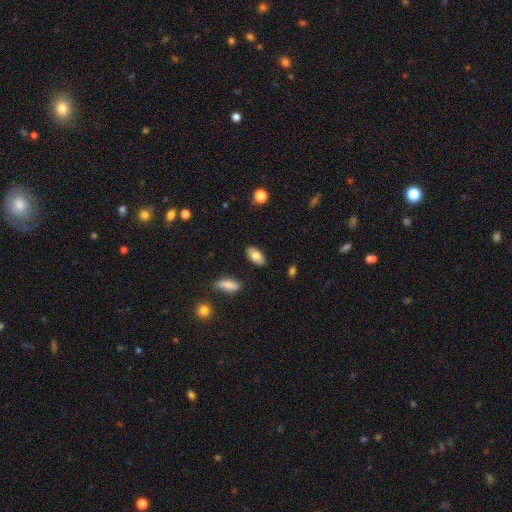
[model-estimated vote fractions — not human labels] smooth 80%, featured or disk 13%, star or artifact 7%. Down the decision tree: how rounded — in between (92%); merging — none (88%).